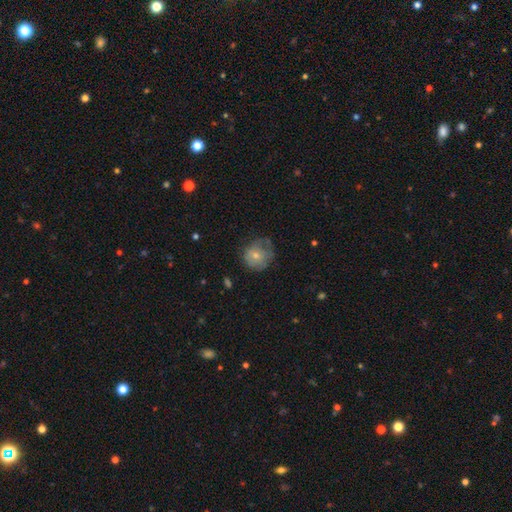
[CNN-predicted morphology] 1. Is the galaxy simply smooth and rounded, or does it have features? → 64% smooth, 27% featured or disk, 9% star or artifact.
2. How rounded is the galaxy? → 79% round, 21% in between, 1% cigar-shaped.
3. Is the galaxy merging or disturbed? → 48% none, 31% minor disturbance, 20% major disturbance, 2% merger.